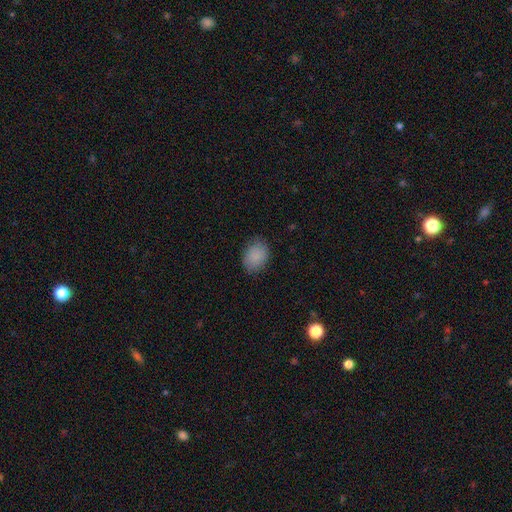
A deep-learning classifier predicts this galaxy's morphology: A smooth galaxy with no disk features (88%) that is in between round and cigar-shaped (67%). Merging: none (81%).